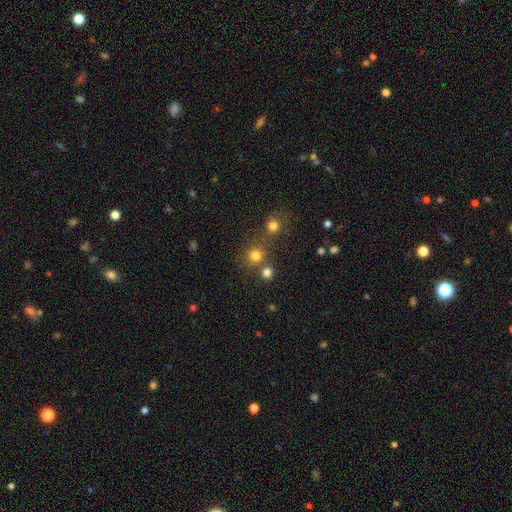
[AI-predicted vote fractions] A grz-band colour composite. It shows a smooth galaxy with no disk features (76%) that is round (90%). Merging: none (65%).